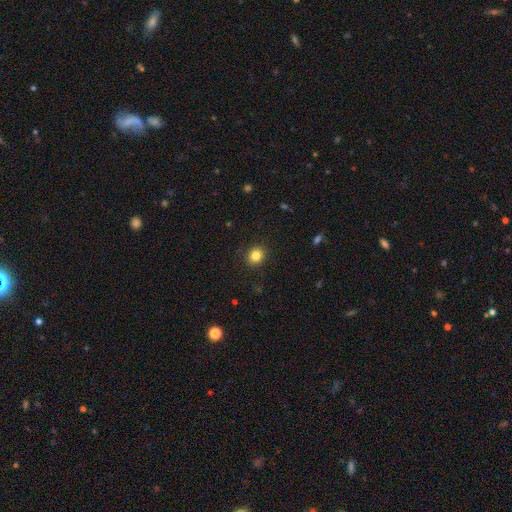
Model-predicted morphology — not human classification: A smooth galaxy with no disk features (83%) that is round (81%). Merging: none (90%).